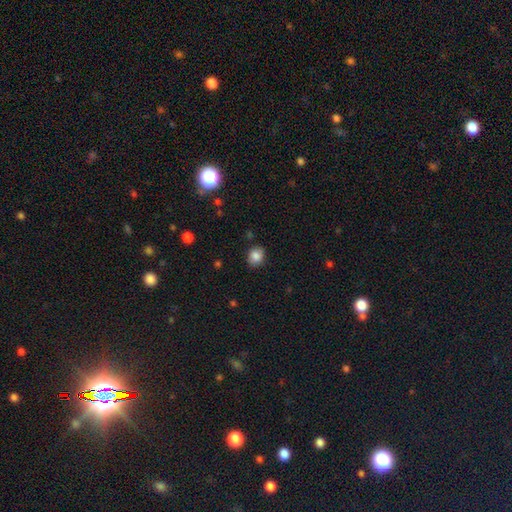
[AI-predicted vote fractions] smooth_or_featured: smooth (p=0.83) [alt: star or artifact p=0.10]
how_rounded: round (p=0.63) [alt: in between p=0.36]
merging: none (p=0.84) [alt: minor disturbance p=0.12]